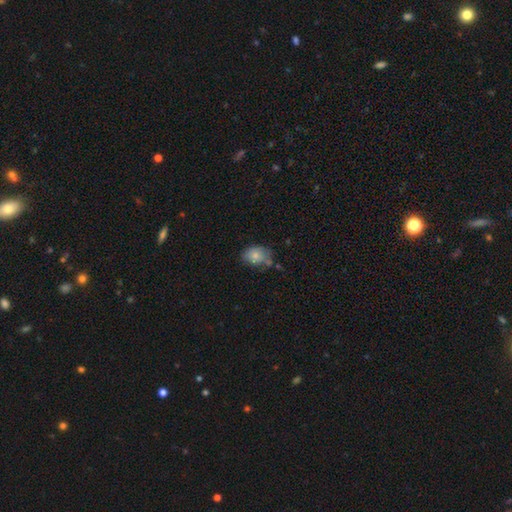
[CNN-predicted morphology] type=smooth (78%); roundness=in between (73%); merging=none (55%).